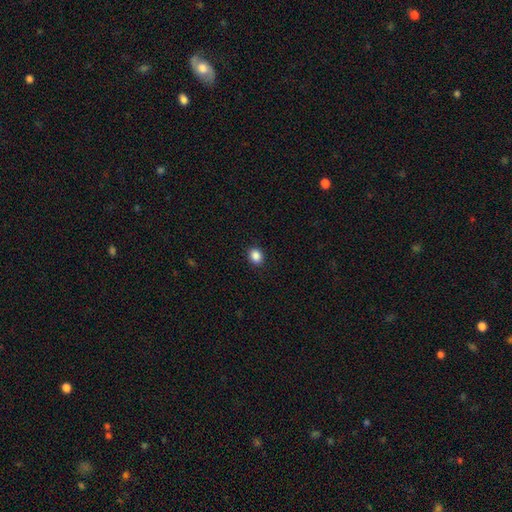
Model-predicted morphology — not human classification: Smooth or featured? Predicted: smooth (p=0.88). How rounded? Predicted: round (p=0.57). Merging? Predicted: none (p=0.91).